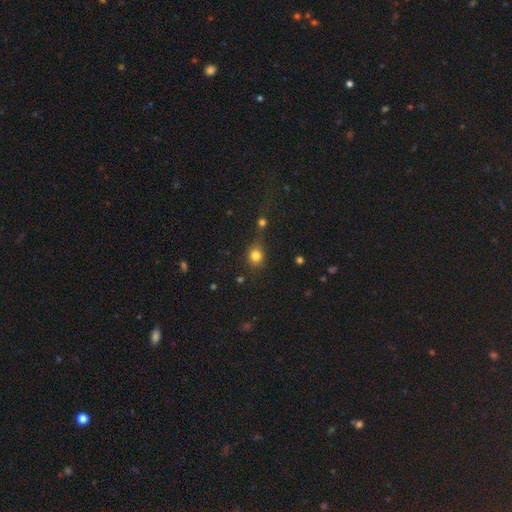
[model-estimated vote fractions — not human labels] Overall: smooth (80%). How rounded: round (72%). Merging: none (62%).